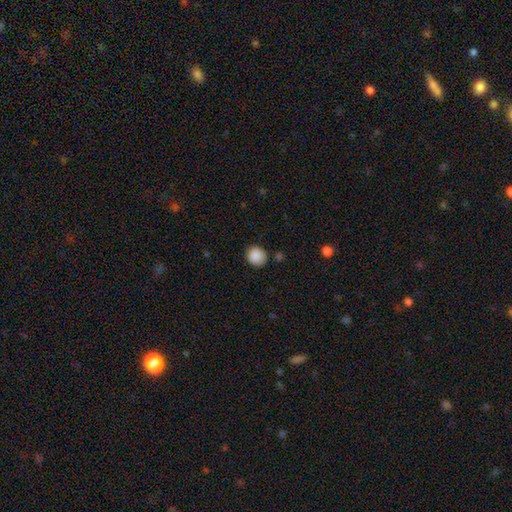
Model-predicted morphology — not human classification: A smooth galaxy with no disk features (89%) that is round (86%). Merging: none (85%).